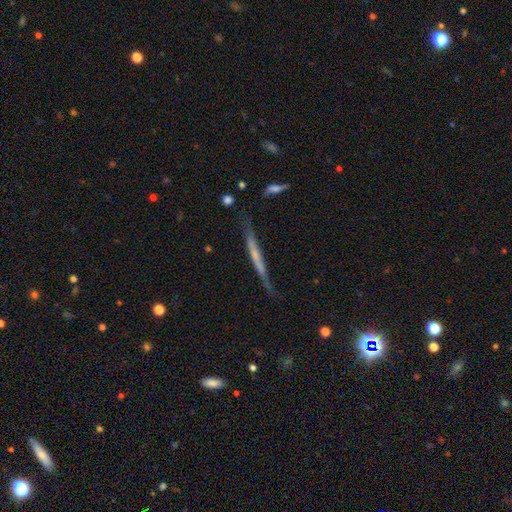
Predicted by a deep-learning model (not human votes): A featured or disk galaxy (57%) viewed edge-on (93%) with no central bulge (71%). Merging: none (69%).